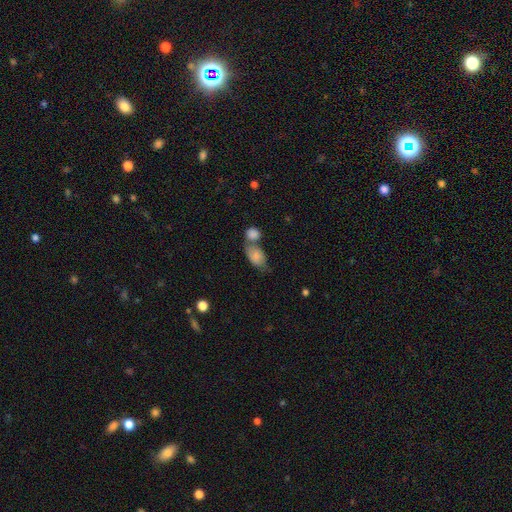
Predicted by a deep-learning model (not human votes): Smooth or featured?
  - smooth: 77% *
  - featured or disk: 15%
  - star or artifact: 7%
How rounded?
  - in between: 84% *
  - round: 13%
  - cigar-shaped: 3%
Merging?
  - merger: 45% *
  - none: 33%
  - minor disturbance: 15%
  - major disturbance: 7%